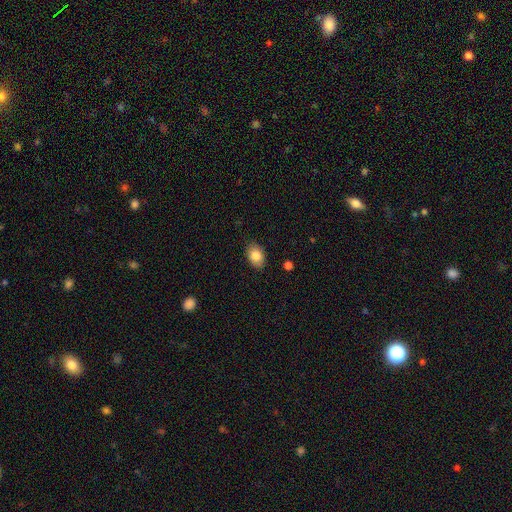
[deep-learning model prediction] Smooth or featured: smooth — 83% (featured or disk — 9%)
How rounded: in between — 85% (round — 14%)
Merging: none — 86% (minor disturbance — 11%)